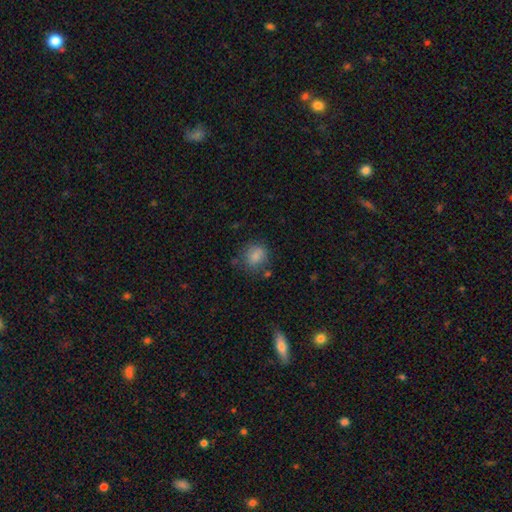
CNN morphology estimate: Smooth or featured?
  - smooth: 80% *
  - star or artifact: 11%
  - featured or disk: 9%
How rounded?
  - round: 66% *
  - in between: 33%
  - cigar-shaped: 1%
Merging?
  - none: 67% *
  - minor disturbance: 20%
  - major disturbance: 8%
  - merger: 6%